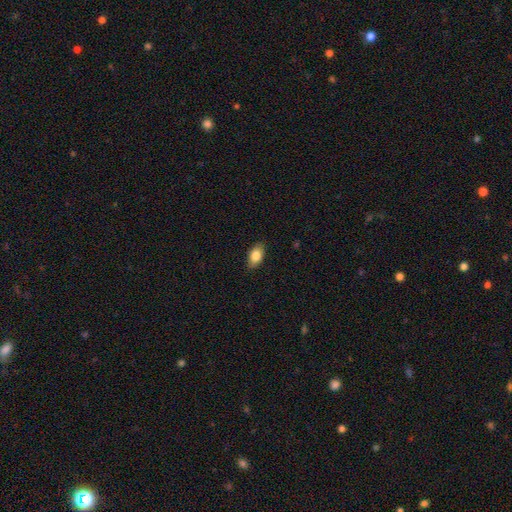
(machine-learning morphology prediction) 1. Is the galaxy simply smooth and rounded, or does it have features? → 83% smooth, 10% featured or disk, 7% star or artifact.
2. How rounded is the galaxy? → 91% in between, 5% round, 4% cigar-shaped.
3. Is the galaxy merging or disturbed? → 87% none, 10% minor disturbance, 2% major disturbance, 1% merger.